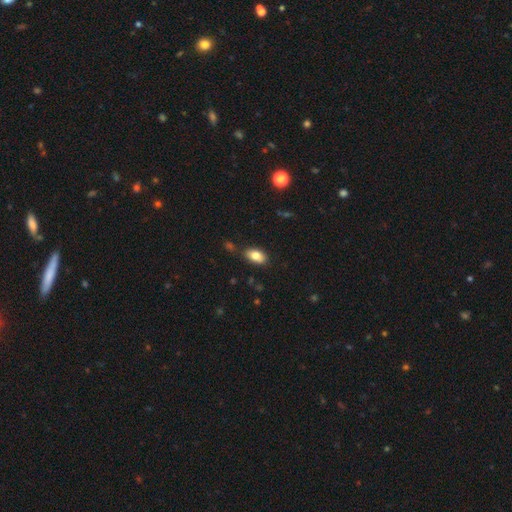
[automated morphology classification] This is clearly a smooth galaxy (81%). How rounded: clearly in between (91%). Merging: likely none (79%).